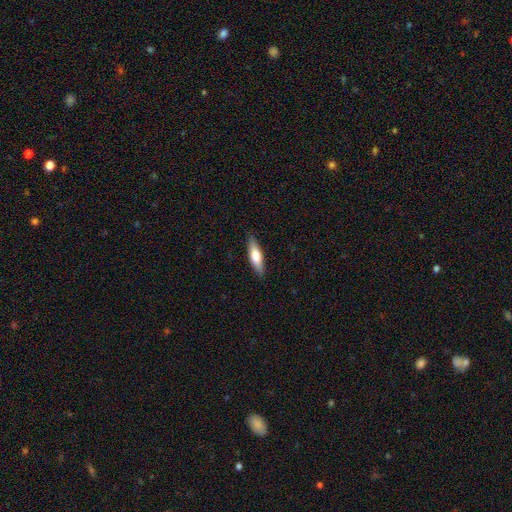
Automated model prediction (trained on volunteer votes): Q: Smooth or featured?
A: smooth (67%); runner-up: featured or disk (28%)
Q: How rounded?
A: cigar-shaped (56%); runner-up: in between (42%)
Q: Merging?
A: none (88%); runner-up: minor disturbance (9%)